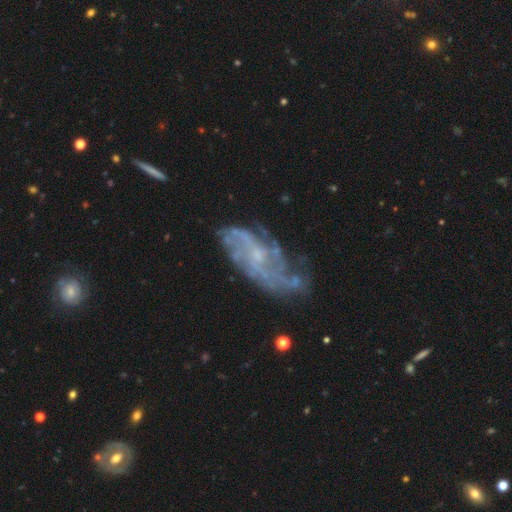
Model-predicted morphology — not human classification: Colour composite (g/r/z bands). It shows a featured or disk galaxy (80%) with no bar (58%), loose (39%) spiral arms (85%) and a small central bulge (65%). Merging: none (57%).